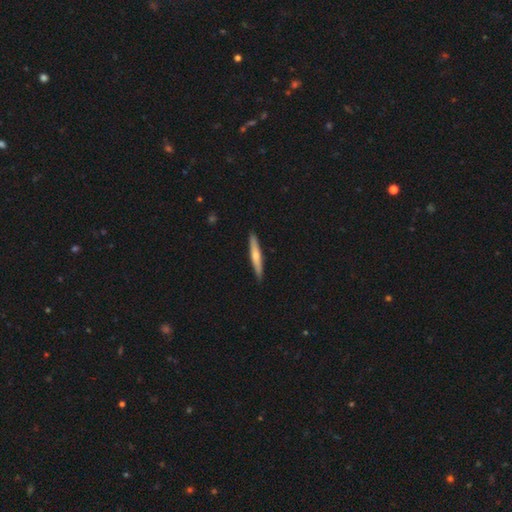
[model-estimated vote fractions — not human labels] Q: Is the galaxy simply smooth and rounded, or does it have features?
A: smooth — 54%.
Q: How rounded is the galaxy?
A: cigar-shaped — 93%.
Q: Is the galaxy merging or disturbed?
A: none — 89%.